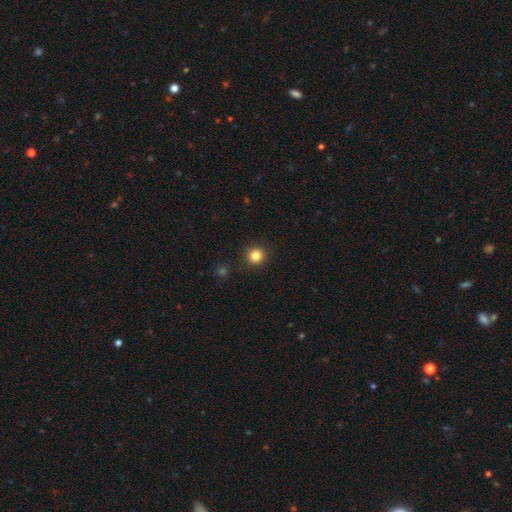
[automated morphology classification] A smooth galaxy with no disk features (84%) that is round (94%).

Vote fractions:
- Smooth or featured? smooth: 84% / star or artifact: 12% / featured or disk: 4%
- How rounded? round: 94% / in between: 5% / cigar-shaped: 1%
- Merging? none: 91% / minor disturbance: 5% / major disturbance: 2% / merger: 1%